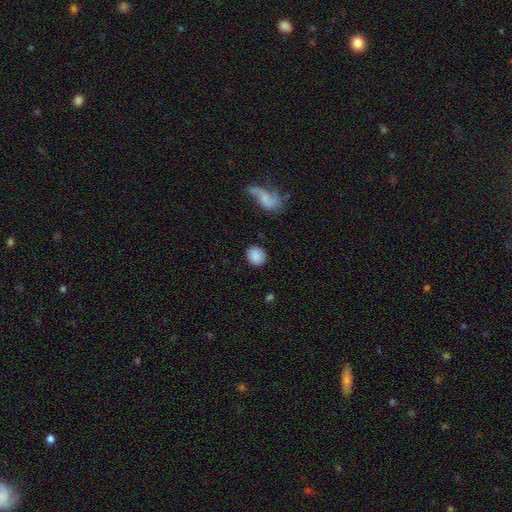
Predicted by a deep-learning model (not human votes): This is clearly a smooth galaxy (86%). How rounded: likely round (76%). Merging: clearly none (82%).